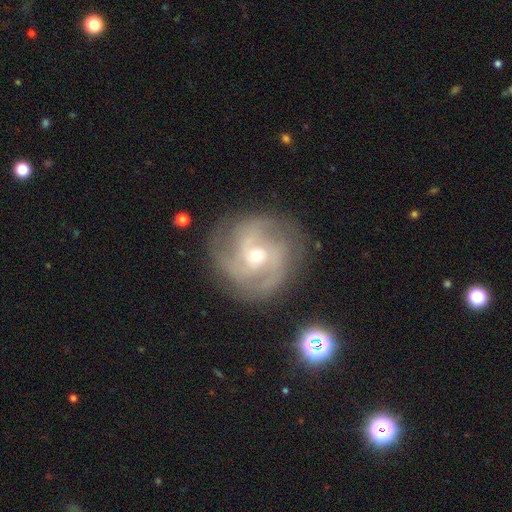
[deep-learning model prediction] The model was most divided on "spiral winding": tight: 49%, medium: 42%, loose: 9%. Remaining: edge-on disk — no (98%); spiral arms — yes (97%); smooth or featured — featured or disk (87%); merging — none (80%); bar — no (59%); bulge size — small (54%); spiral arm count — 3 (42%).